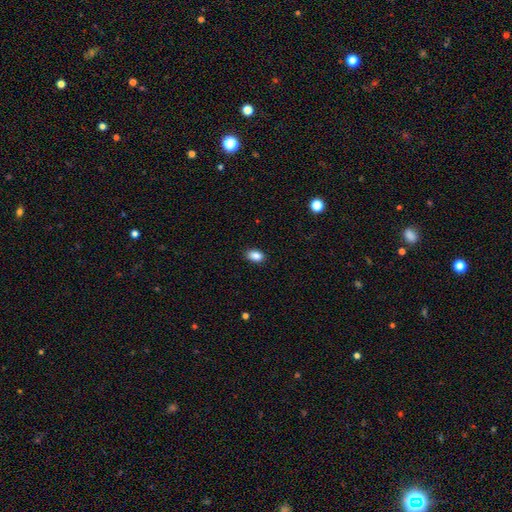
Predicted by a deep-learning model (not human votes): smooth-or-featured: smooth: 88% | star or artifact: 8% | featured or disk: 4%
  how-rounded: in between: 87% | round: 11% | cigar-shaped: 2%
  merging: none: 88% | minor disturbance: 9% | major disturbance: 2% | merger: 1%